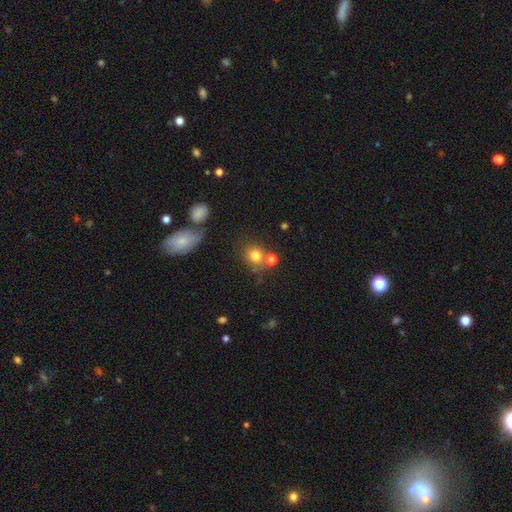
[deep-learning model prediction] Smooth or featured? Predicted: smooth (p=0.77). How rounded? Predicted: round (p=0.77). Merging? Predicted: none (p=0.61).